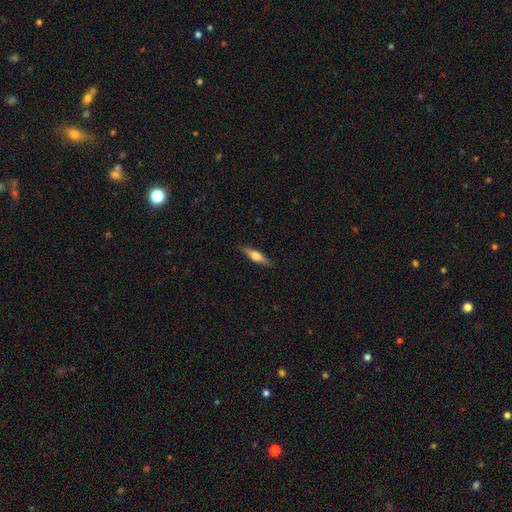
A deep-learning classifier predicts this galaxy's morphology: smooth_or_featured: featured or disk (p=0.59) [alt: smooth p=0.34]
disk_edge_on: yes (p=0.96) [alt: no p=0.04]
edge_on_bulge: rounded (p=0.91) [alt: boxy p=0.07]
merging: none (p=0.89) [alt: minor disturbance p=0.08]